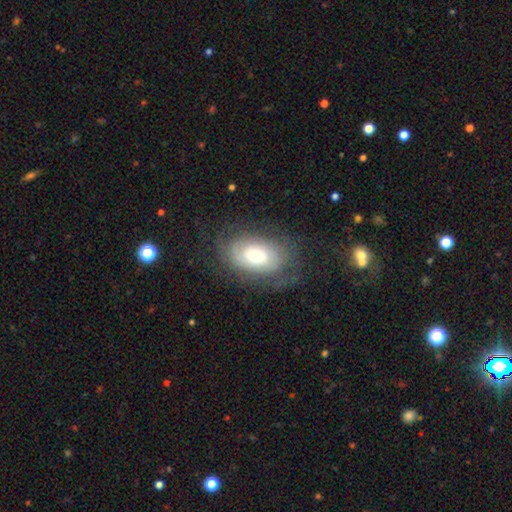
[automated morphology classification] smooth-or-featured: featured or disk: 51% | smooth: 41% | star or artifact: 8%
  disk-edge-on: no: 93% | yes: 7%
  merging: none: 67% | minor disturbance: 19% | major disturbance: 13% | merger: 1%